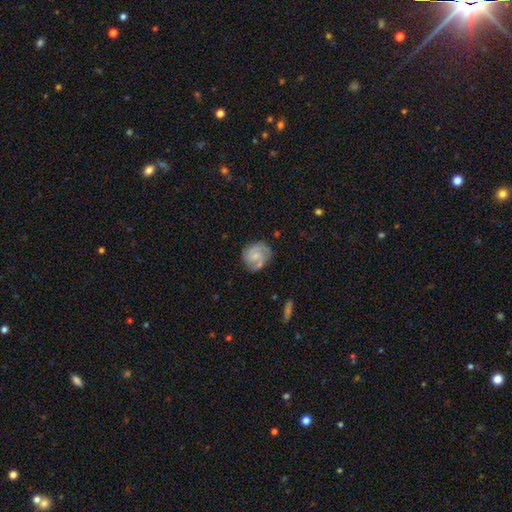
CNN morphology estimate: A featured or disk galaxy (68%) with no bar (60%), 2 (50%) tight (46%) spiral arms (92%) and a small central bulge (51%). Merging: none (66%).